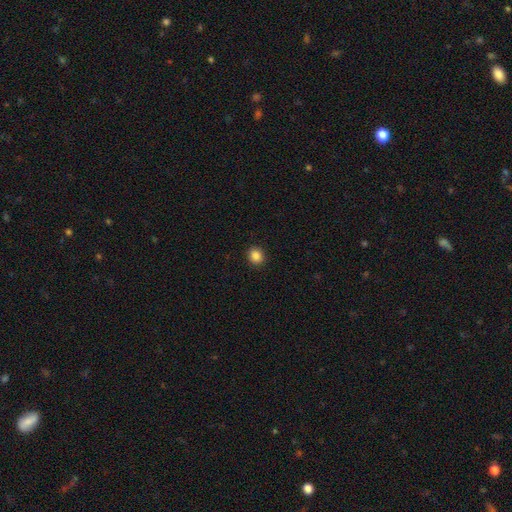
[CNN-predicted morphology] Smooth or featured? Predicted: smooth (p=0.87). How rounded? Predicted: round (p=0.83). Merging? Predicted: none (p=0.92).